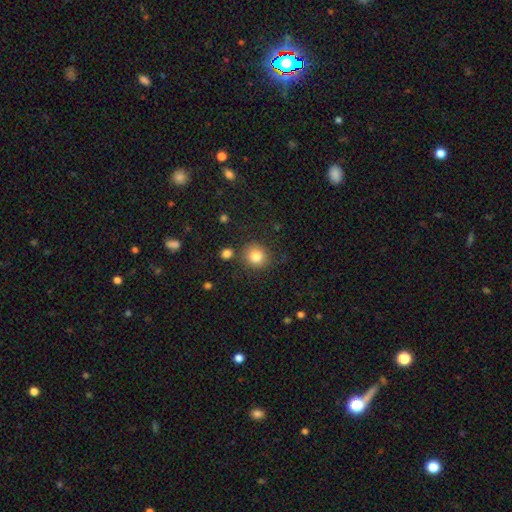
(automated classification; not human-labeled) This is clearly a smooth galaxy (83%). How rounded: clearly round (85%). Merging: likely none (80%).